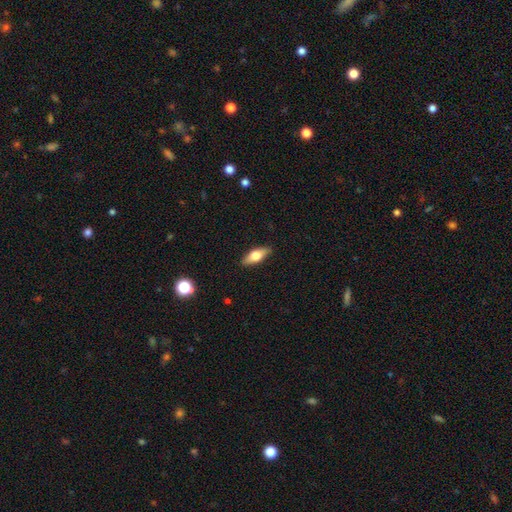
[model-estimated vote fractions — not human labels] A smooth galaxy with no disk features (61%) that is in between round and cigar-shaped (71%). Merging: none (88%).